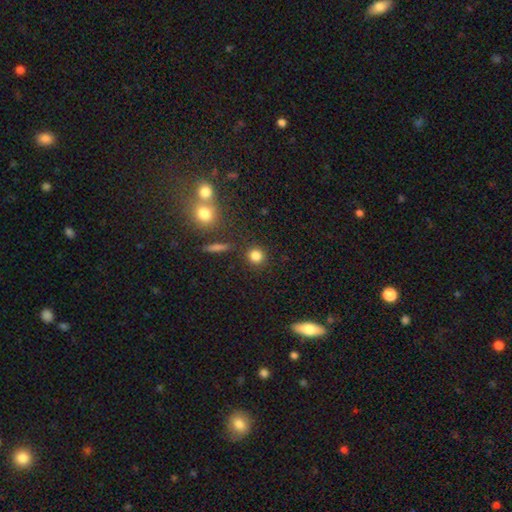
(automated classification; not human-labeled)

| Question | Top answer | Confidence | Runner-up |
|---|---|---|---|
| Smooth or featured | smooth | 83% | star or artifact (12%) |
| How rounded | round | 89% | in between (9%) |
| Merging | none | 86% | minor disturbance (7%) |